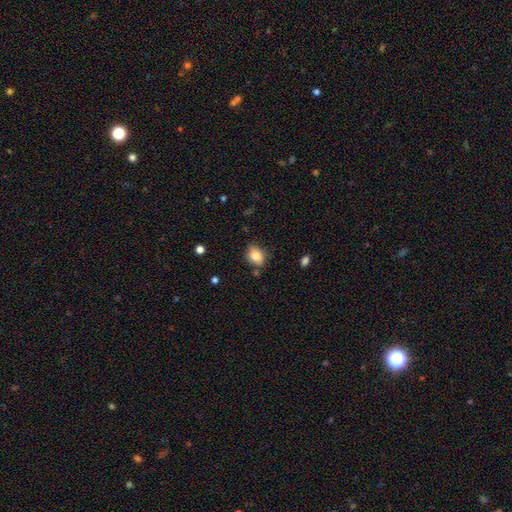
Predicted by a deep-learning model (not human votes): smooth-or-featured: smooth: 82% | star or artifact: 9% | featured or disk: 9%
  how-rounded: in between: 58% | round: 40% | cigar-shaped: 1%
  merging: none: 74% | minor disturbance: 18% | major disturbance: 4% | merger: 4%